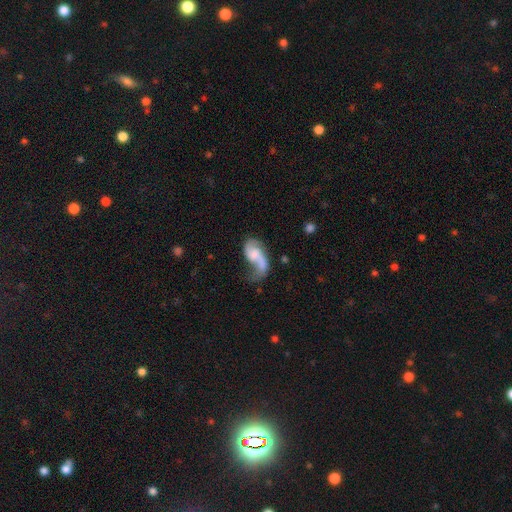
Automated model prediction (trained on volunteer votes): smooth_or_featured: featured or disk (p=0.65) [alt: smooth p=0.28]
disk_edge_on: no (p=0.97) [alt: yes p=0.03]
bar: no (p=0.58) [alt: weak p=0.34]
has_spiral_arms: yes (p=0.85) [alt: no p=0.15]
spiral_winding: loose (p=0.73) [alt: medium p=0.22]
spiral_arm_count: 2 (p=0.65) [alt: 1 p=0.29]
bulge_size: none (p=0.36) [alt: moderate p=0.25]
merging: major disturbance (p=0.36) [alt: none p=0.27]